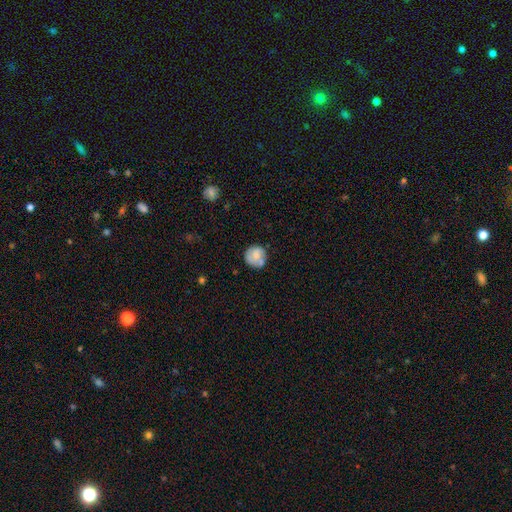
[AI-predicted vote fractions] Smooth or featured? smooth (69%)
How rounded? round (89%)
Merging? none (65%)